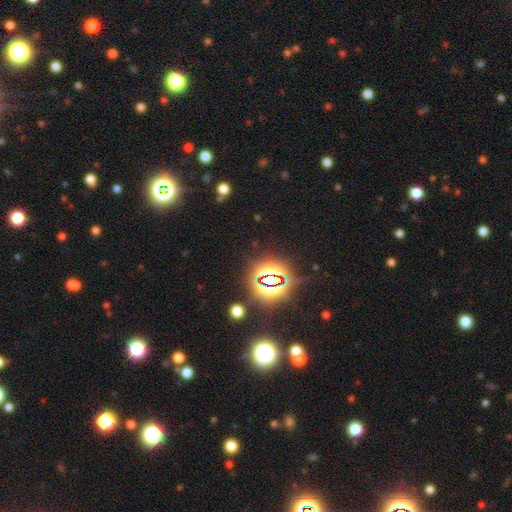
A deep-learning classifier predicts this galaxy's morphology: The model was most divided on "smooth or featured": star or artifact: 79%, smooth: 14%, featured or disk: 7%.